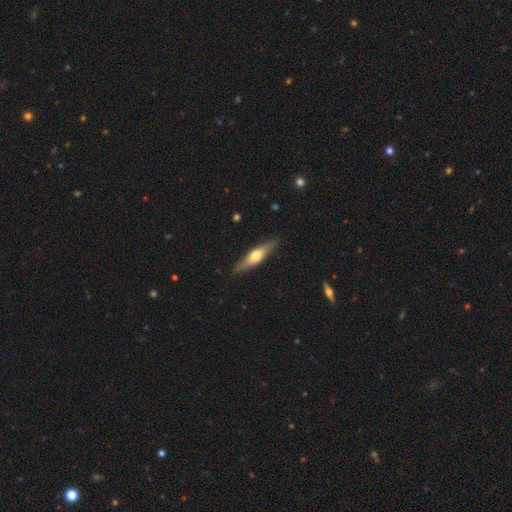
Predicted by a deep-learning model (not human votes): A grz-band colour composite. It shows a featured or disk galaxy (50%). Merging: none (87%).